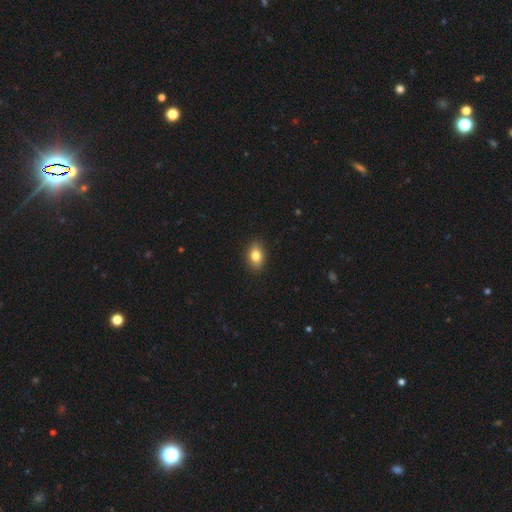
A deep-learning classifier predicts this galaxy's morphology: smooth-or-featured: smooth: 80% | featured or disk: 12% | star or artifact: 8%
  how-rounded: in between: 82% | round: 15% | cigar-shaped: 3%
  merging: none: 89% | minor disturbance: 8% | major disturbance: 2% | merger: 1%